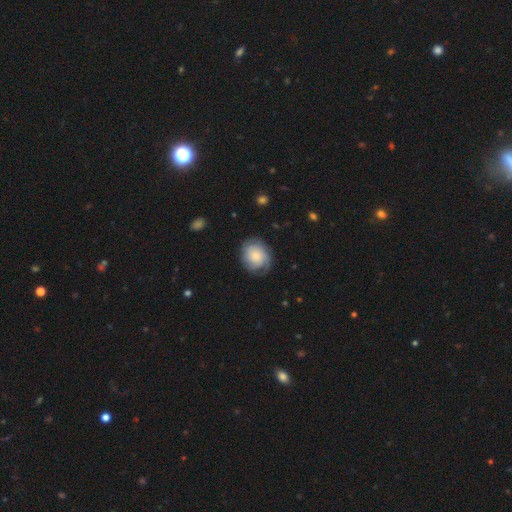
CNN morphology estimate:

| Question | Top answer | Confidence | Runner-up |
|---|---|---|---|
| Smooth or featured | smooth | 51% | featured or disk (41%) |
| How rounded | round | 60% | in between (39%) |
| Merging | none | 71% | minor disturbance (20%) |